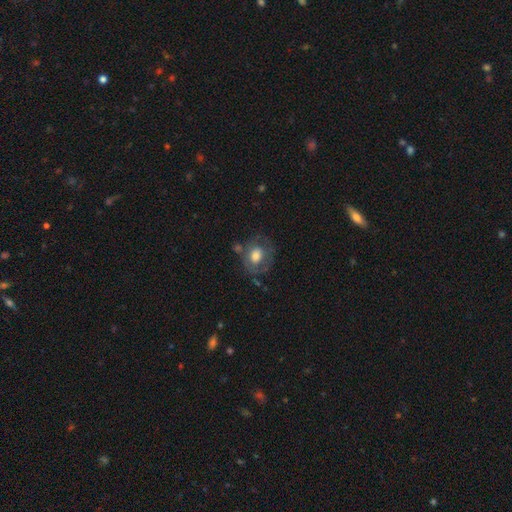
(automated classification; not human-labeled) Overall: smooth (57%; featured or disk 35%). How rounded: round (55%; in between 44%). Merging: none (57%; minor disturbance 22%).